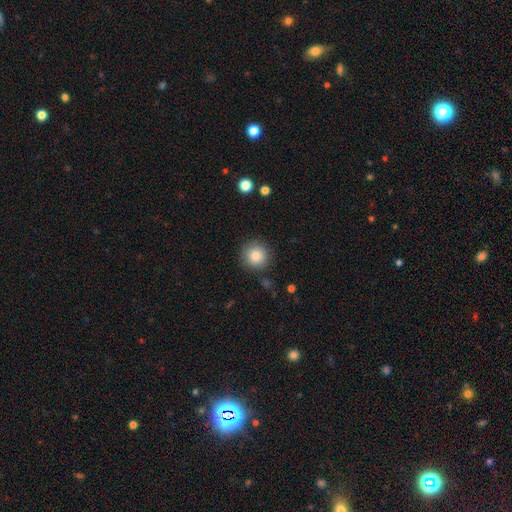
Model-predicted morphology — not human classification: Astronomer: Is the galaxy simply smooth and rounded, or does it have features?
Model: smooth — 84%.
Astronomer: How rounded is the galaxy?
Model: round — 94%.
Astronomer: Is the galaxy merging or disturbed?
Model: none — 87%.